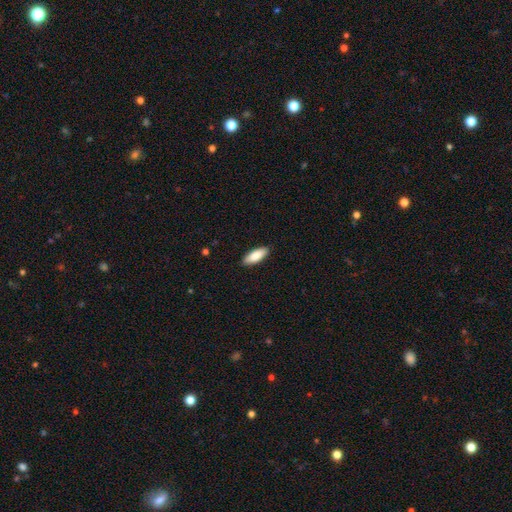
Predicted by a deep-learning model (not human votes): Q: Smooth or featured?
A: smooth (85%); runner-up: featured or disk (9%)
Q: How rounded?
A: in between (72%); runner-up: cigar-shaped (26%)
Q: Merging?
A: none (89%); runner-up: minor disturbance (8%)